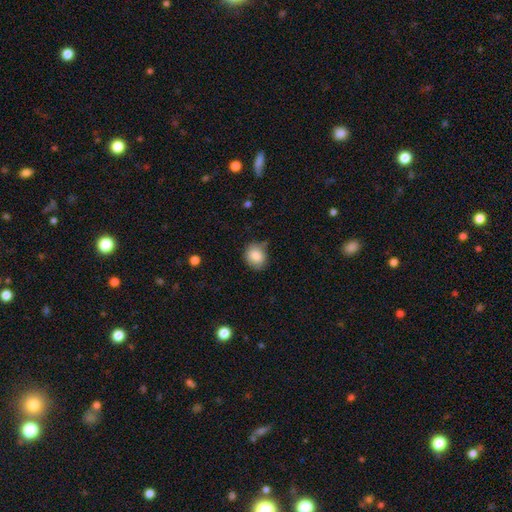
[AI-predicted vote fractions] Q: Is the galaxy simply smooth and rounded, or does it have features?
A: smooth — 85%.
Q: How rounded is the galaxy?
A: round — 69%.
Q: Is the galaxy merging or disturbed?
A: none — 72%.